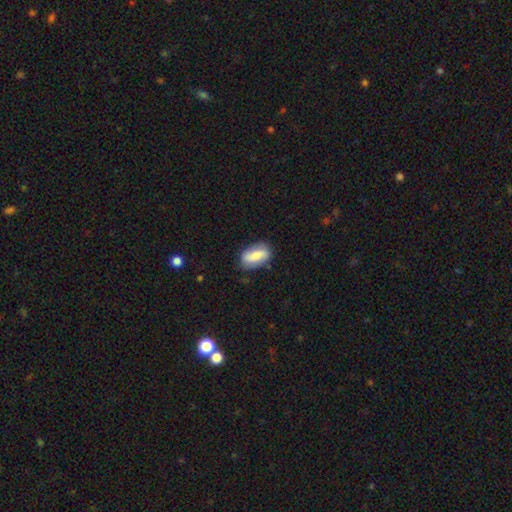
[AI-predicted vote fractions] A smooth galaxy with no disk features (58%) that is in between round and cigar-shaped (89%). Merging: none (79%).